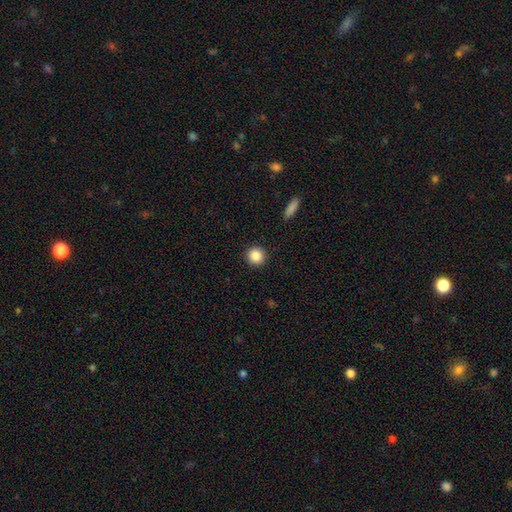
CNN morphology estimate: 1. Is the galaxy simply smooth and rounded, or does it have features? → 87% smooth, 9% star or artifact, 4% featured or disk.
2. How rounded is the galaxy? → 94% round, 5% in between, 1% cigar-shaped.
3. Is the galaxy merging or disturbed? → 92% none, 5% minor disturbance, 2% major disturbance, 1% merger.